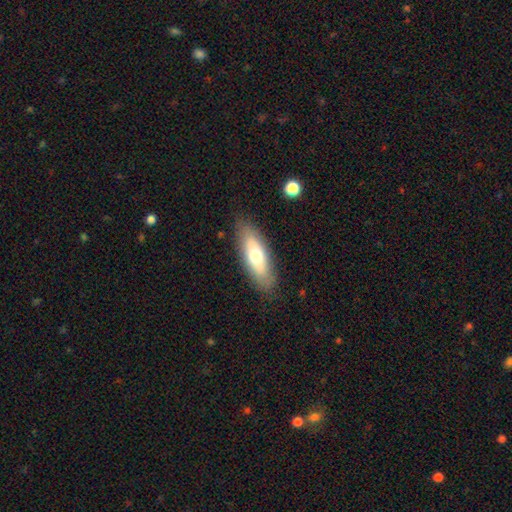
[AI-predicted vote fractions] Smooth or featured? smooth (60%)
How rounded? in between (64%)
Merging? none (84%)